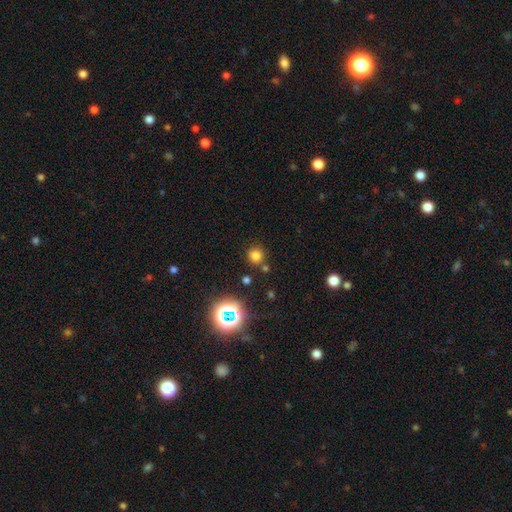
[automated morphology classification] This appears to be a smooth galaxy with no disk features (73%) that is round (90%). Merging: none (79%).